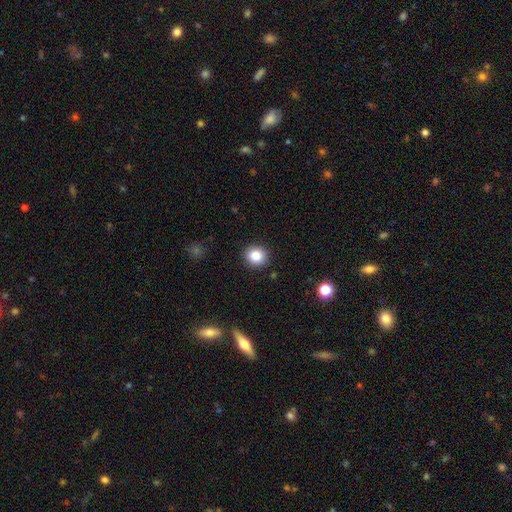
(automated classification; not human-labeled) smooth 85%, star or artifact 10%, featured or disk 5%. Down the decision tree: how rounded — round (80%); merging — none (89%).